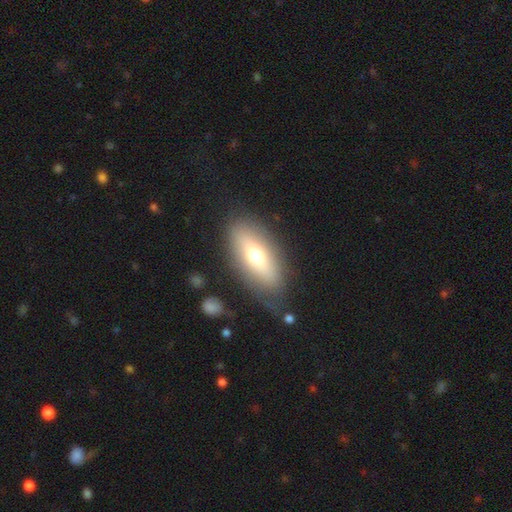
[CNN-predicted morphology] smooth_or_featured: smooth (p=0.59) [alt: featured or disk p=0.34]
how_rounded: in between (p=0.79) [alt: cigar-shaped p=0.17]
merging: none (p=0.74) [alt: minor disturbance p=0.17]